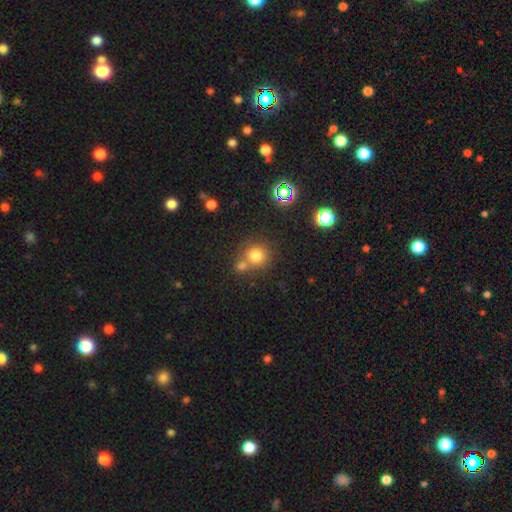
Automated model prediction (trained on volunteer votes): The model was most divided on "merging": none: 54%, merger: 34%, minor disturbance: 8%, major disturbance: 3%. More confident: how rounded — round (87%); smooth or featured — smooth (76%).